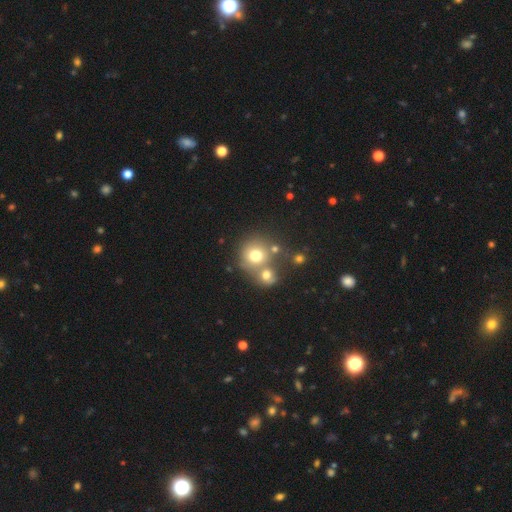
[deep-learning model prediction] Q: Smooth or featured?
A: smooth (71%); runner-up: featured or disk (15%)
Q: How rounded?
A: round (86%); runner-up: in between (13%)
Q: Merging?
A: none (45%); runner-up: merger (42%)